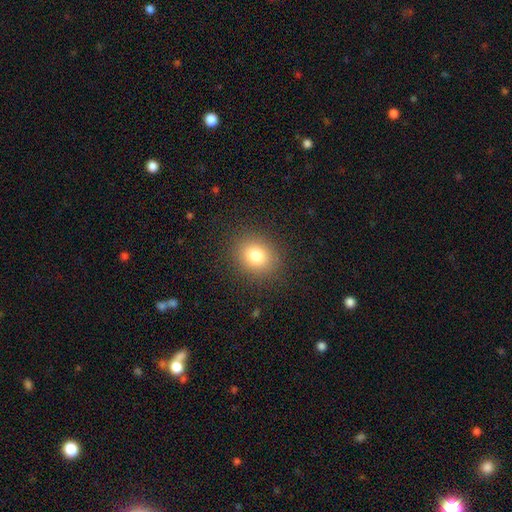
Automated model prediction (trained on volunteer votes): smooth 80%, star or artifact 12%, featured or disk 8%. Down the decision tree: how rounded — round (65%); merging — none (88%).